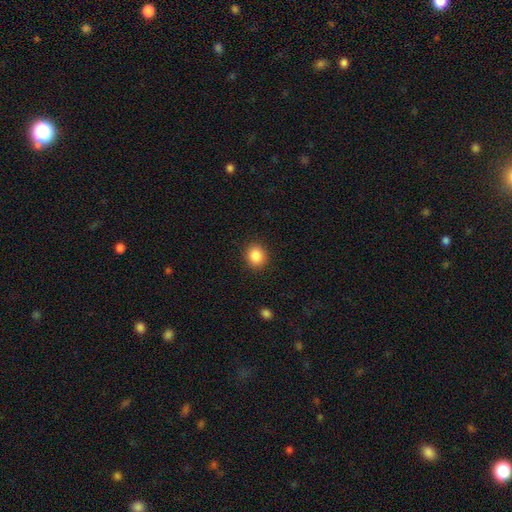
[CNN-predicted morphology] Smooth or featured: smooth — 87% (star or artifact — 9%)
How rounded: round — 75% (in between — 24%)
Merging: none — 90% (minor disturbance — 7%)